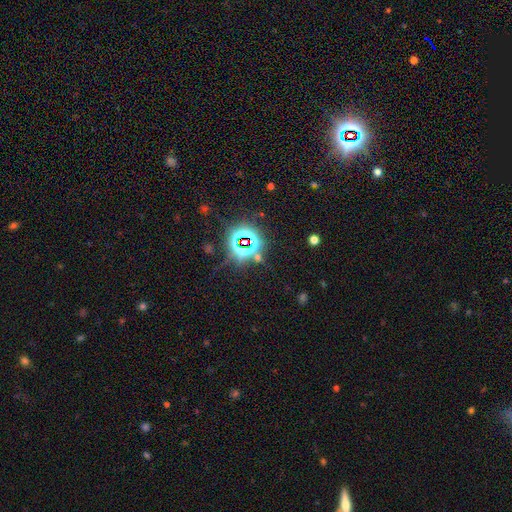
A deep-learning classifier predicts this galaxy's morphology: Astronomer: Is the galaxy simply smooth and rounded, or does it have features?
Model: star or artifact — 79%.